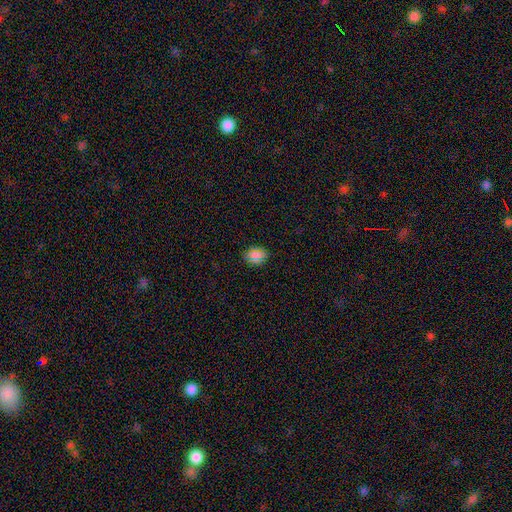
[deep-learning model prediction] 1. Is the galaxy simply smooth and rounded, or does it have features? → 78% smooth, 15% star or artifact, 7% featured or disk.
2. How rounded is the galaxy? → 58% in between, 40% round, 2% cigar-shaped.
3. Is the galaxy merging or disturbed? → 86% none, 11% minor disturbance, 2% major disturbance, 1% merger.